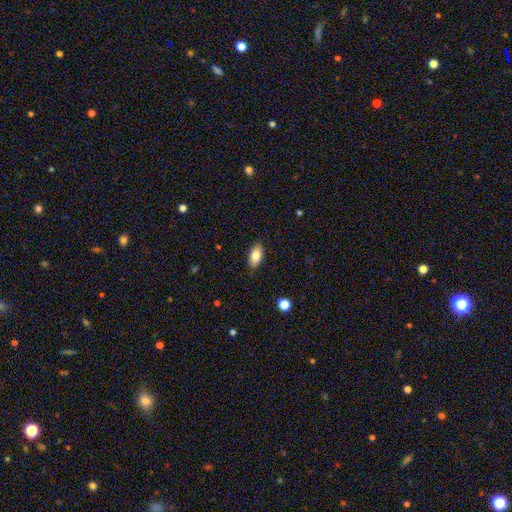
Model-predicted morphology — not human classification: Smooth or featured?
  - smooth: 79% *
  - featured or disk: 13%
  - star or artifact: 7%
How rounded?
  - in between: 89% *
  - cigar-shaped: 7%
  - round: 4%
Merging?
  - none: 84% *
  - minor disturbance: 12%
  - major disturbance: 2%
  - merger: 1%